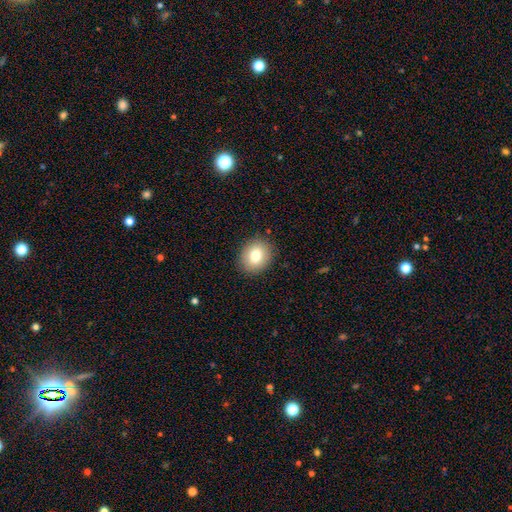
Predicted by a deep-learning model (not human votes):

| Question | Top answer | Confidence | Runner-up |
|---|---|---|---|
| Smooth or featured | smooth | 79% | featured or disk (11%) |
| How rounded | round | 59% | in between (41%) |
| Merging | none | 89% | minor disturbance (8%) |